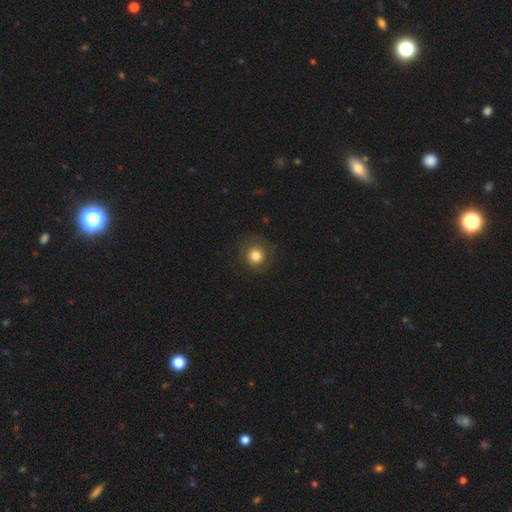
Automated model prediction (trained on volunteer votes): Overall: smooth (78%). How rounded: round (93%). Merging: none (84%).